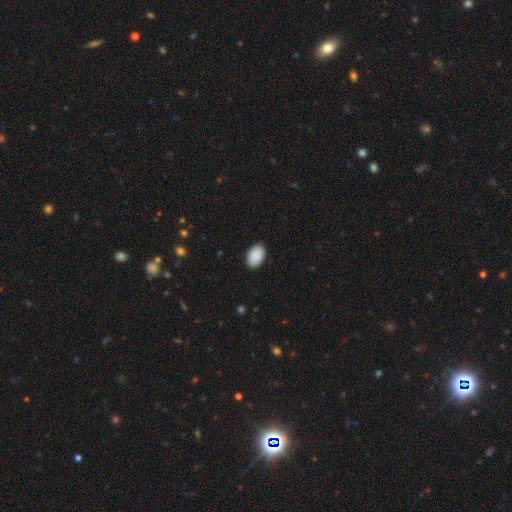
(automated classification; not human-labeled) Smooth or featured?
  - smooth: 91% *
  - star or artifact: 7%
  - featured or disk: 2%
How rounded?
  - in between: 92% *
  - round: 7%
  - cigar-shaped: 1%
Merging?
  - none: 90% *
  - minor disturbance: 7%
  - major disturbance: 2%
  - merger: 1%